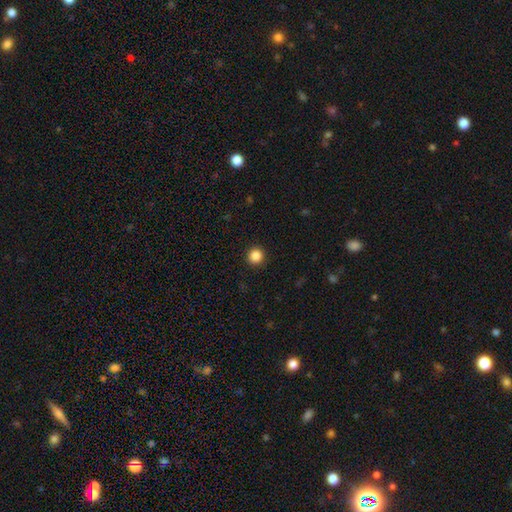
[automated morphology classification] This appears to be a smooth galaxy with no disk features (86%) that is round (95%). Merging: none (93%).